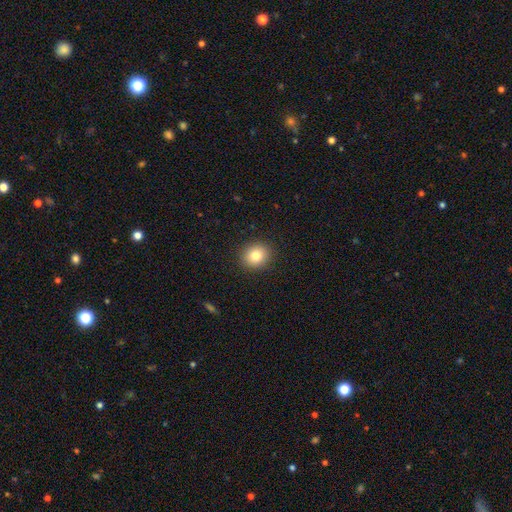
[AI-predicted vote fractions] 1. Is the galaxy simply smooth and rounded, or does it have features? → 83% smooth, 10% star or artifact, 7% featured or disk.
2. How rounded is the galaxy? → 76% round, 23% in between, 1% cigar-shaped.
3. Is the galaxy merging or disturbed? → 91% none, 6% minor disturbance, 2% major disturbance, 1% merger.